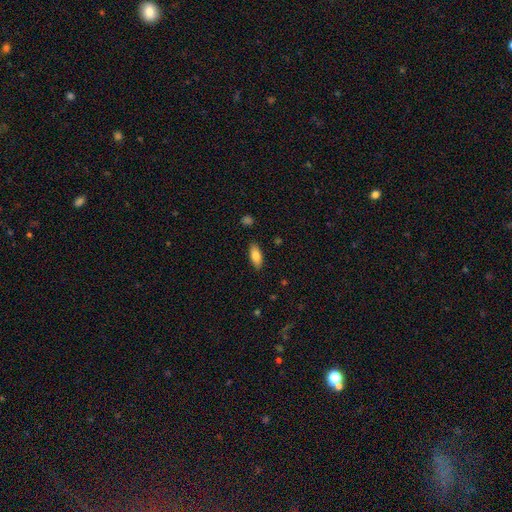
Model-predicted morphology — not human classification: Smooth or featured? smooth (77%)
How rounded? in between (80%)
Merging? none (87%)